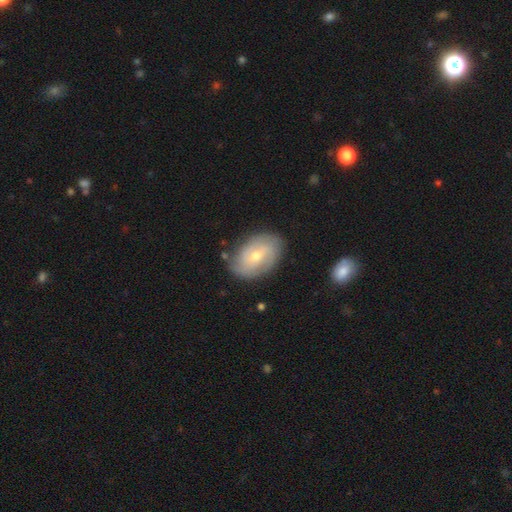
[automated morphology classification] Smooth or featured? featured or disk (68%)
Edge-on disk? no (96%)
Bar? no (49%)
Spiral arms? yes (85%)
Spiral winding? tight (53%)
Spiral arm count? 2 (42%)
Bulge size? small (51%)
Merging? none (76%)